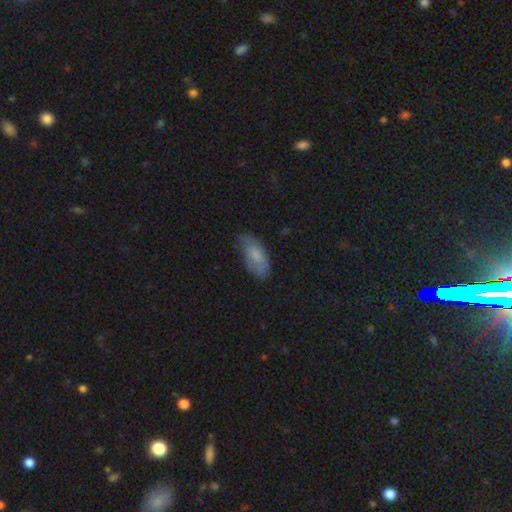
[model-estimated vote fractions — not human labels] Morphology: type=smooth (67%); roundness=in between (89%); merging=none (62%).